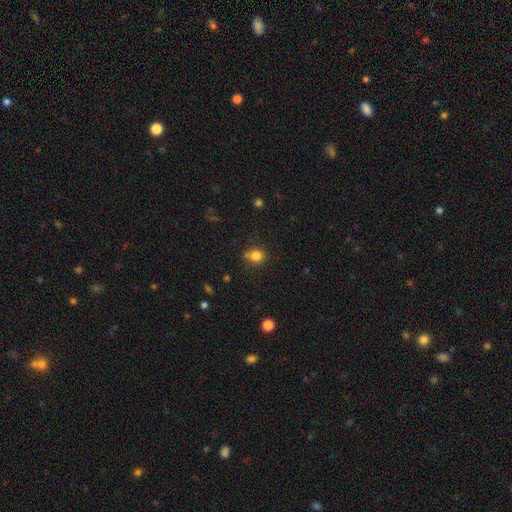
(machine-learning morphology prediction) Smooth or featured?
  - smooth: 81% *
  - star or artifact: 12%
  - featured or disk: 6%
How rounded?
  - round: 72% *
  - in between: 27%
  - cigar-shaped: 1%
Merging?
  - none: 69% *
  - minor disturbance: 17%
  - merger: 10%
  - major disturbance: 5%